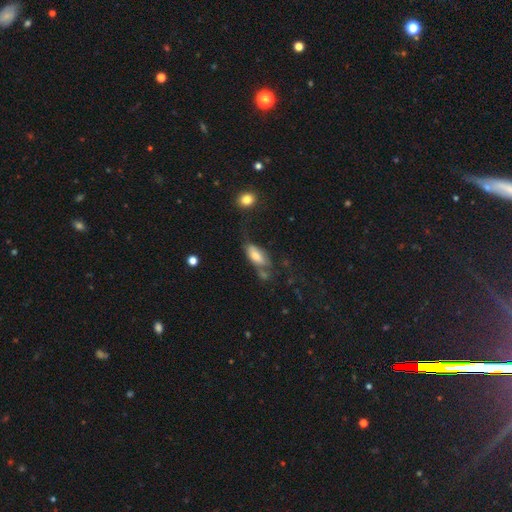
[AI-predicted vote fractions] Smooth or featured: smooth — 70% (featured or disk — 23%)
How rounded: in between — 82% (cigar-shaped — 15%)
Merging: none — 45% (minor disturbance — 27%)